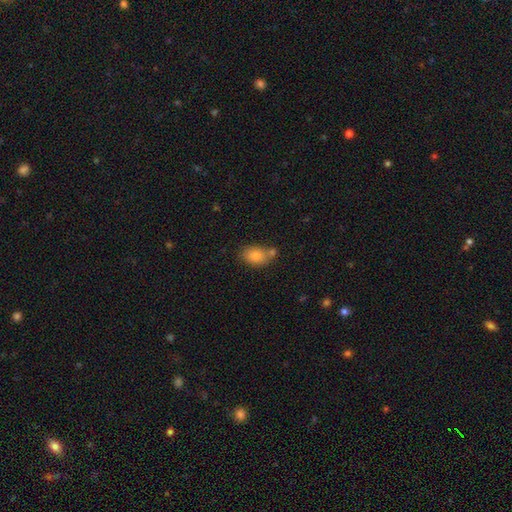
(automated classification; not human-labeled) This appears to be a smooth galaxy with no disk features (82%) that is in between round and cigar-shaped (81%). Merging: none (55%).